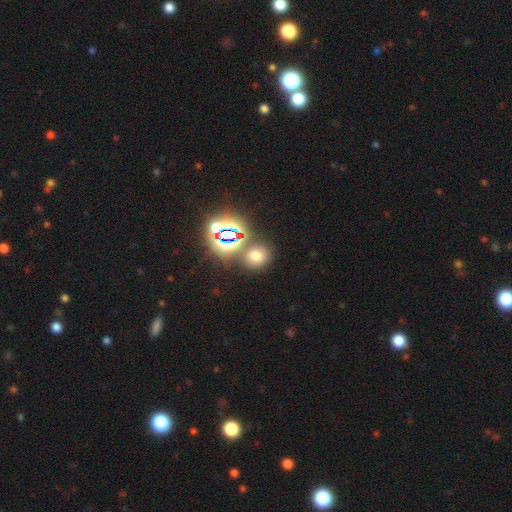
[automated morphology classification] This is possibly a smooth galaxy (59%). How rounded: likely round (75%). Merging: likely none (75%).